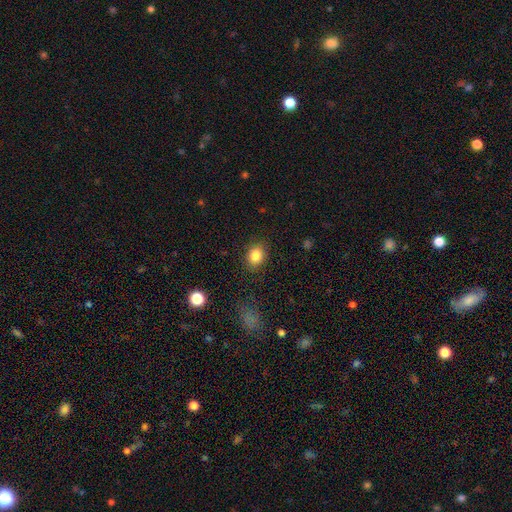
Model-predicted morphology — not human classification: A smooth galaxy with no disk features (85%) that is in between round and cigar-shaped (55%). Merging: none (87%).